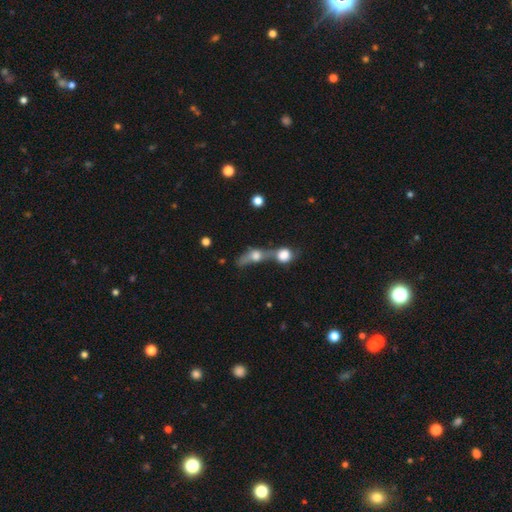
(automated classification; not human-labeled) The model was most divided on "smooth or featured": smooth: 52%, featured or disk: 36%, star or artifact: 12%. Remaining: merging — merger (66%); how rounded — in between (47%).